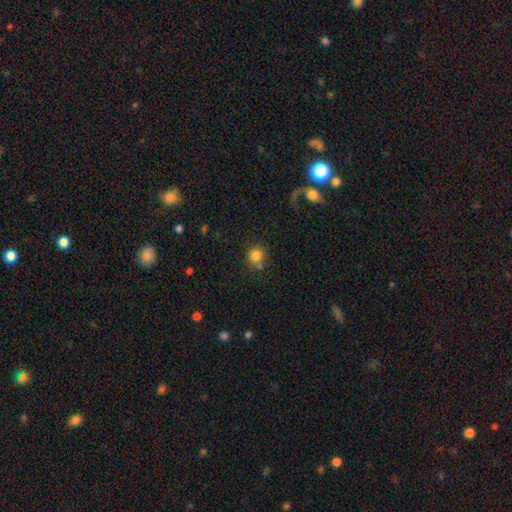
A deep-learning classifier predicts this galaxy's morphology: smooth 82%, star or artifact 11%, featured or disk 7%. Down the decision tree: how rounded — round (86%); merging — none (67%).